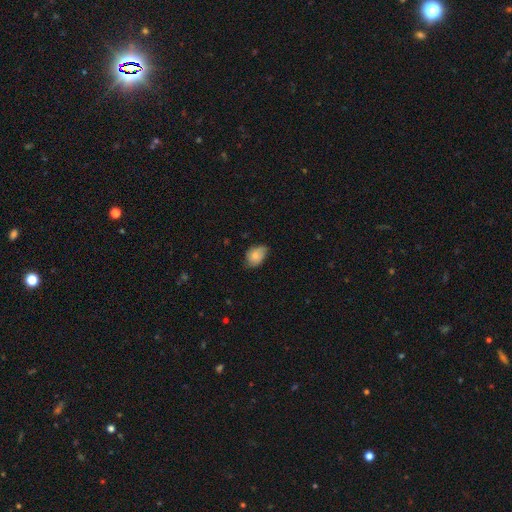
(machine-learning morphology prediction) Q: Smooth or featured?
A: smooth (73%); runner-up: featured or disk (19%)
Q: How rounded?
A: in between (76%); runner-up: round (23%)
Q: Merging?
A: none (58%); runner-up: minor disturbance (35%)